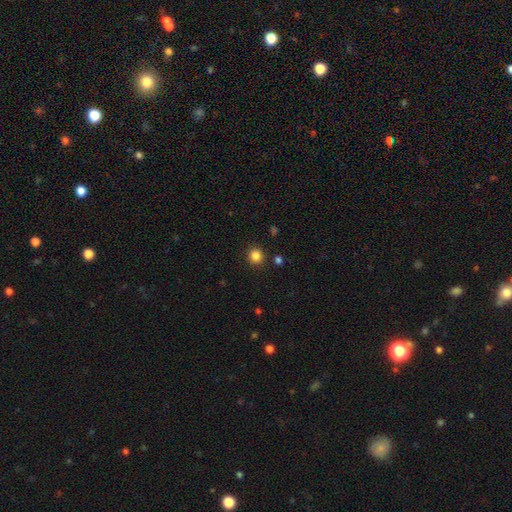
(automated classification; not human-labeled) Morphology: type=smooth (85%); roundness=round (92%); merging=none (90%).